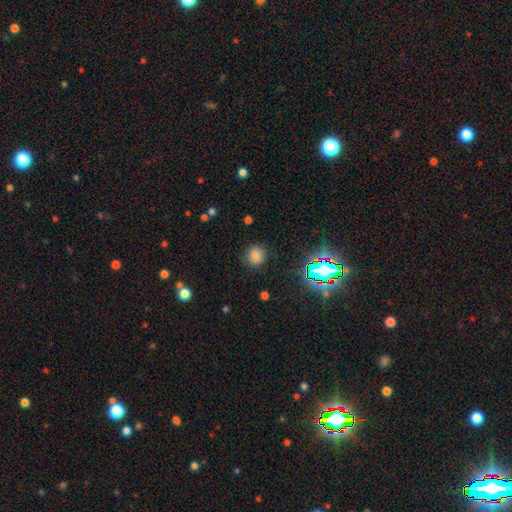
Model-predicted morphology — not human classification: smooth-or-featured: smooth: 76% | star or artifact: 18% | featured or disk: 6%
  how-rounded: round: 86% | in between: 13% | cigar-shaped: 1%
  merging: none: 86% | minor disturbance: 10% | major disturbance: 3% | merger: 1%